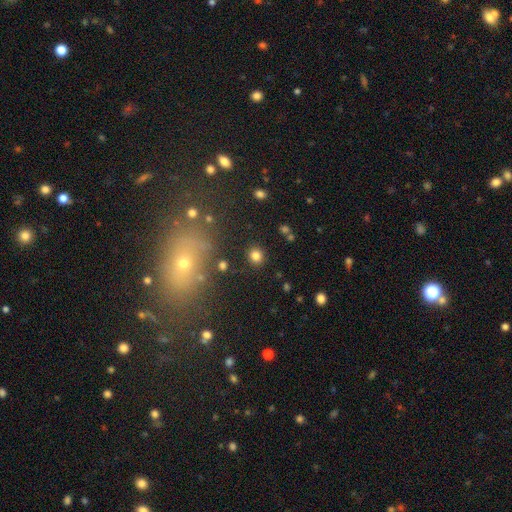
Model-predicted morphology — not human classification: Smooth or featured? smooth (81%)
How rounded? round (87%)
Merging? none (89%)